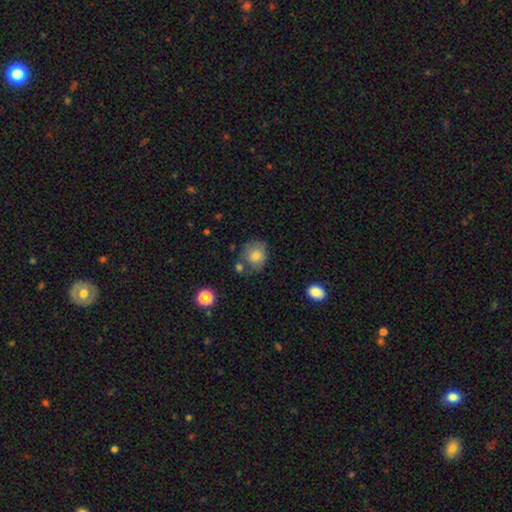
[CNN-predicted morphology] Q: Smooth or featured?
A: smooth (75%); runner-up: featured or disk (16%)
Q: How rounded?
A: round (71%); runner-up: in between (28%)
Q: Merging?
A: none (56%); runner-up: minor disturbance (25%)